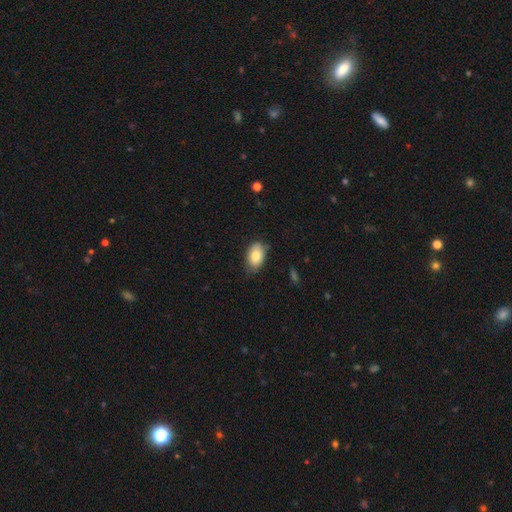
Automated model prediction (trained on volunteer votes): A smooth galaxy with no disk features (82%) that is in between round and cigar-shaped (91%). Merging: none (72%).